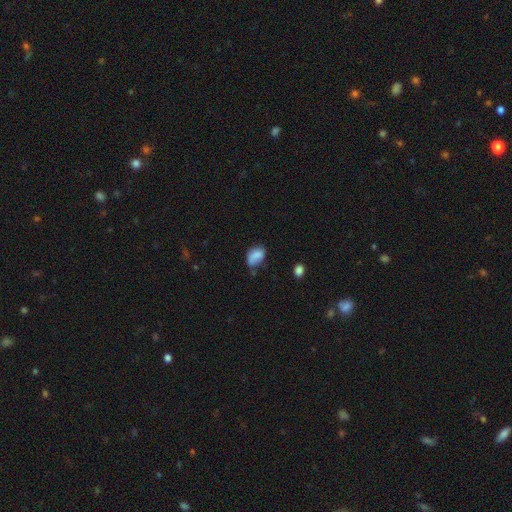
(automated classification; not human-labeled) Smooth or featured? smooth (79%)
How rounded? in between (82%)
Merging? none (44%)